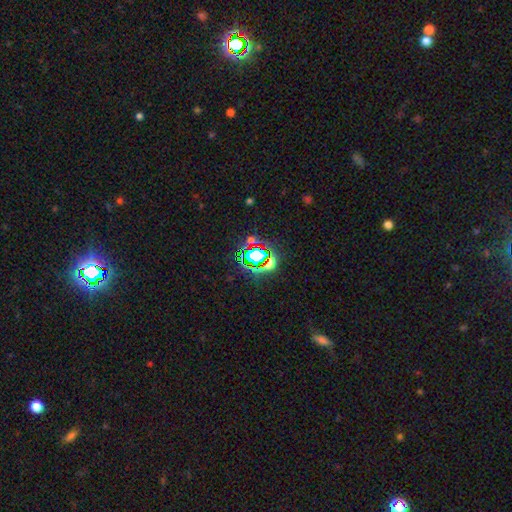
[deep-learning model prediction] A star or artifact, not a galaxy (64%).

Vote fractions:
- Smooth or featured? star or artifact: 64% / smooth: 24% / featured or disk: 12%